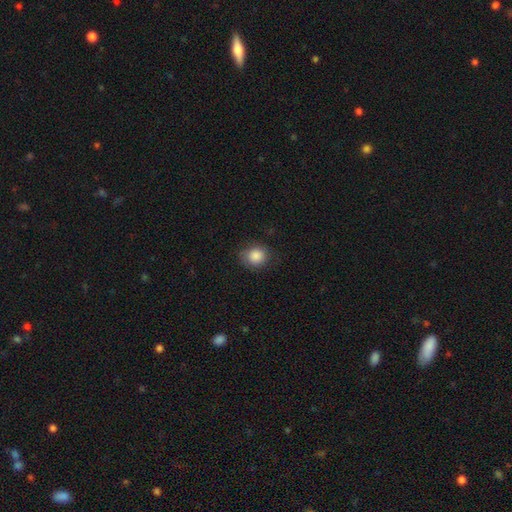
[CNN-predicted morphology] The model was most divided on "merging": none: 74%, minor disturbance: 19%, major disturbance: 6%, merger: 1%. More confident: smooth or featured — smooth (85%); how rounded — round (78%).